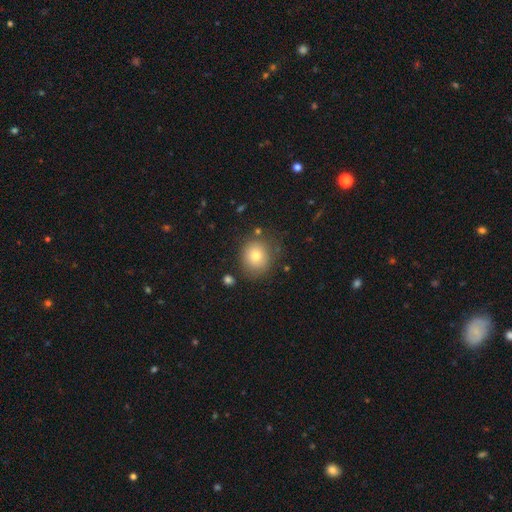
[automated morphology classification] Smooth or featured?
  - smooth: 75% *
  - featured or disk: 14%
  - star or artifact: 11%
How rounded?
  - round: 78% *
  - in between: 21%
  - cigar-shaped: 1%
Merging?
  - none: 78% *
  - minor disturbance: 14%
  - major disturbance: 5%
  - merger: 3%